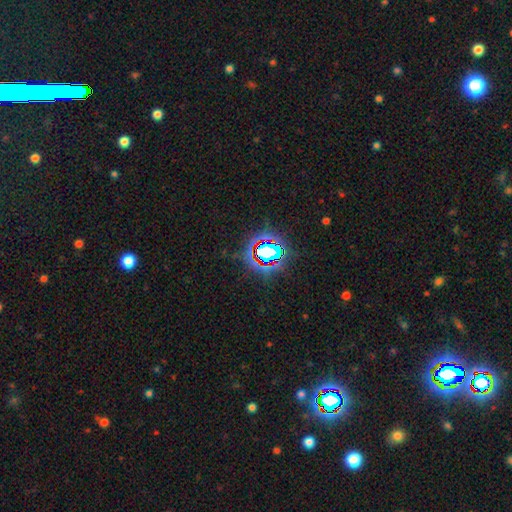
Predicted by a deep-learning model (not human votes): Morphology: type=star or artifact (77%).